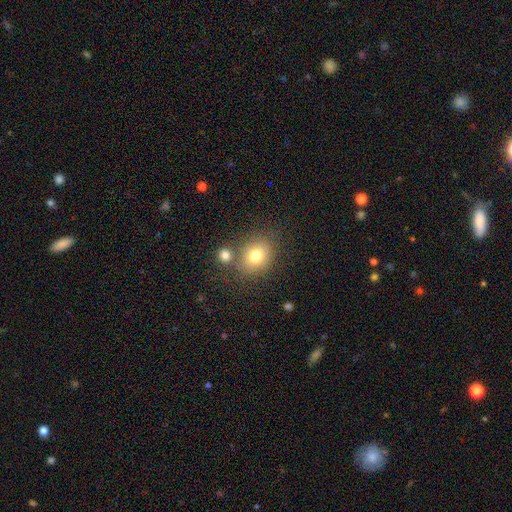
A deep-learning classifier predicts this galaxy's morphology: This appears to be a smooth galaxy with no disk features (76%) that is round (59%). Merging: none (67%).